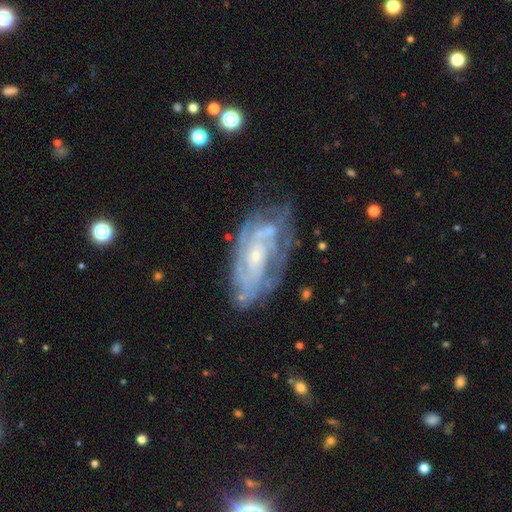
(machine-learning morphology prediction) type=featured or disk (83%); edge-on=no (93%); bar=no (70%); spiral arms=yes (91%); winding=tight (66%); arm count=can't tell (45%); bulge=small (77%); merging=none (66%).